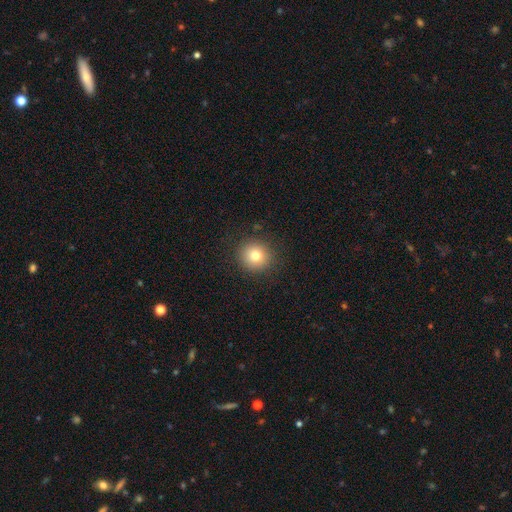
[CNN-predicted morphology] This is likely a smooth galaxy (78%). How rounded: clearly round (91%). Merging: clearly none (90%).